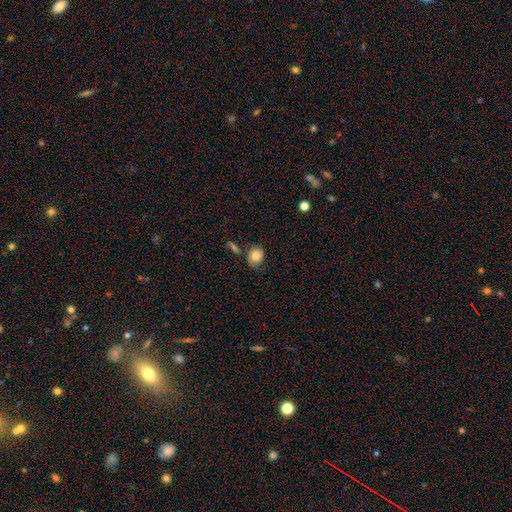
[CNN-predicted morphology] Q: Smooth or featured?
A: smooth (71%); runner-up: featured or disk (20%)
Q: How rounded?
A: round (65%); runner-up: in between (34%)
Q: Merging?
A: none (57%); runner-up: minor disturbance (26%)